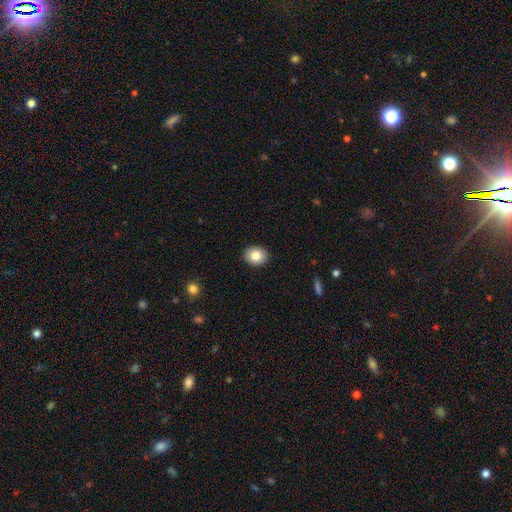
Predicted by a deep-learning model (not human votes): smooth 83%, star or artifact 9%, featured or disk 8%. Down the decision tree: how rounded — round (58%); merging — none (91%).